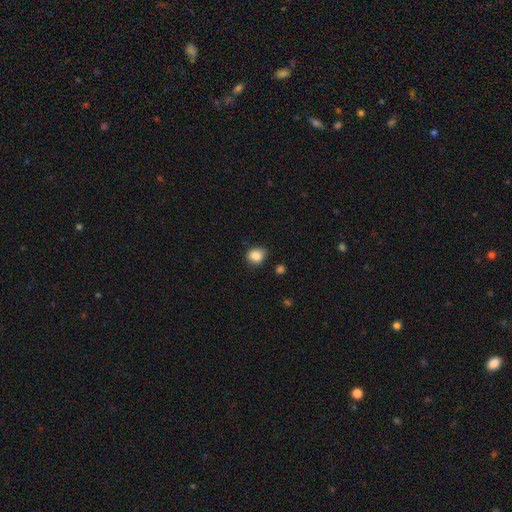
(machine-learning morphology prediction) Smooth or featured?
  - smooth: 86% *
  - star or artifact: 10%
  - featured or disk: 4%
How rounded?
  - round: 65% *
  - in between: 34%
  - cigar-shaped: 1%
Merging?
  - none: 80% *
  - minor disturbance: 15%
  - major disturbance: 3%
  - merger: 2%